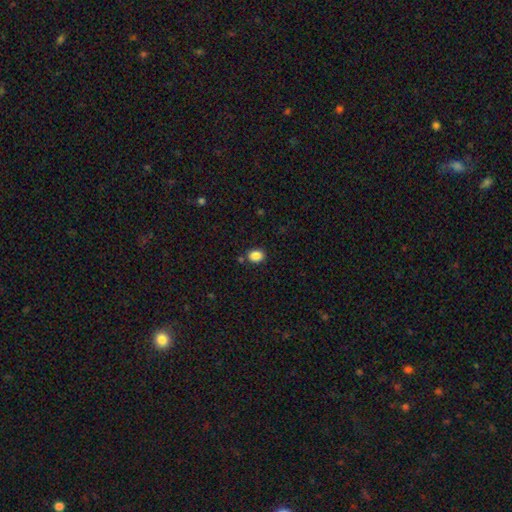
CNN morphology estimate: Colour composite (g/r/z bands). It shows a smooth galaxy with no disk features (86%) that is in between round and cigar-shaped (50%). Merging: none (83%).